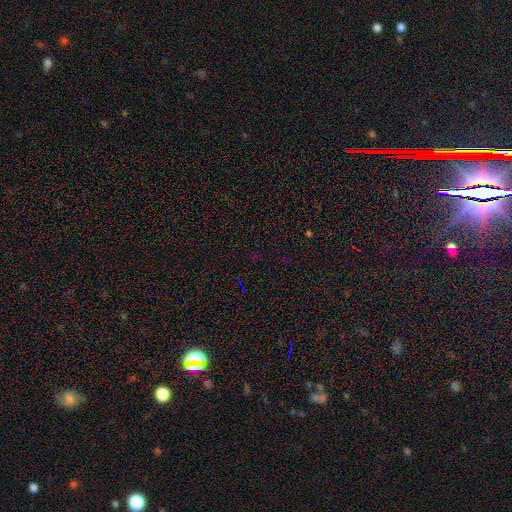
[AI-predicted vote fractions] This is likely a star or artifact rather than a galaxy (71%).